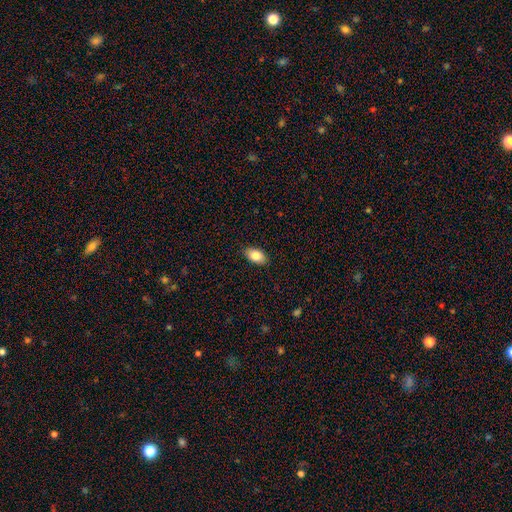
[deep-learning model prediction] Smooth or featured? smooth (84%)
How rounded? in between (93%)
Merging? none (88%)